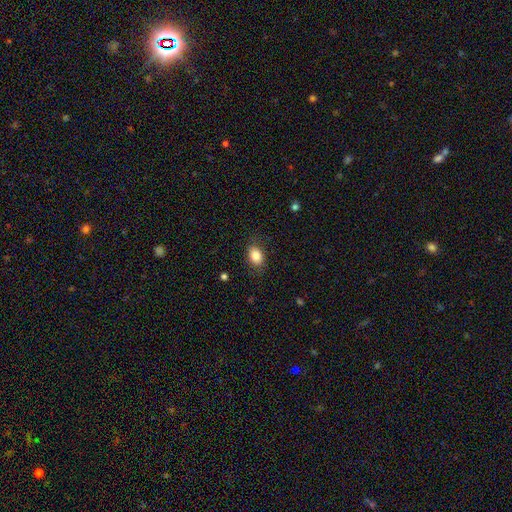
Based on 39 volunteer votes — smooth-or-featured: smooth: 87% | featured or disk: 8% | star or artifact: 5%
  how-rounded: in between: 82% | round: 15% | cigar-shaped: 3%
  merging: none: 81% | minor disturbance: 14% | major disturbance: 5% | merger: 0%